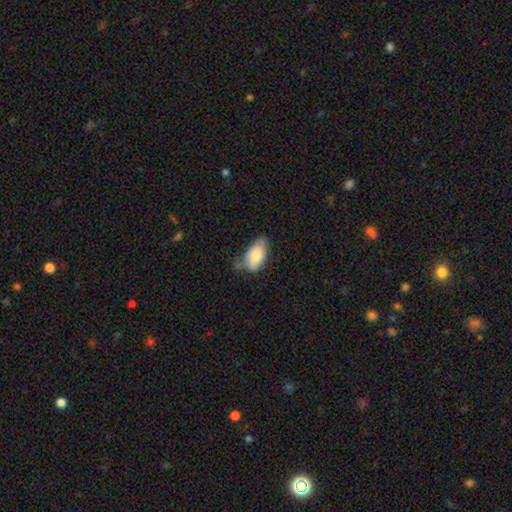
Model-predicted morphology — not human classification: Smooth or featured? smooth (71%)
How rounded? in between (93%)
Merging? none (45%)